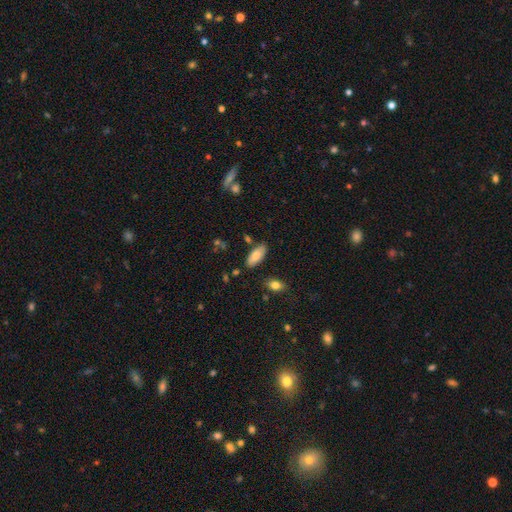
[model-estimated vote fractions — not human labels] Q: Smooth or featured?
A: smooth (83%); runner-up: featured or disk (10%)
Q: How rounded?
A: in between (84%); runner-up: cigar-shaped (14%)
Q: Merging?
A: none (82%); runner-up: minor disturbance (12%)